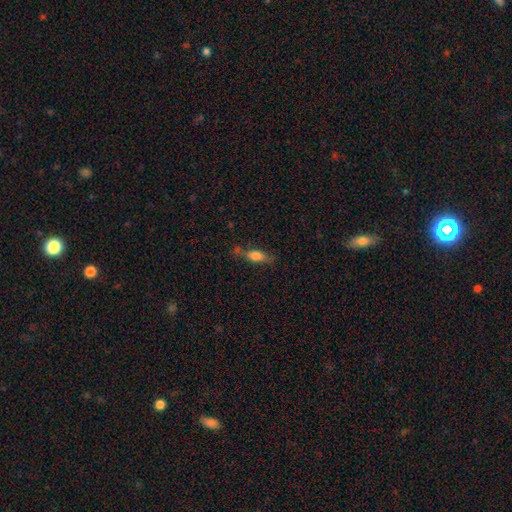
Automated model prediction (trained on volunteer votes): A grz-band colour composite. It shows a smooth galaxy with no disk features (70%) that is in between round and cigar-shaped (57%). Merging: none (61%).